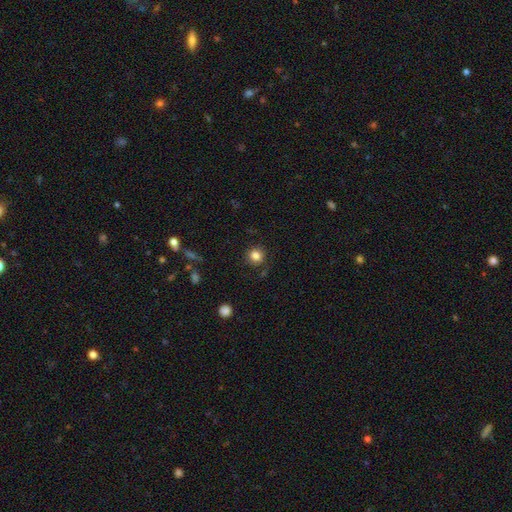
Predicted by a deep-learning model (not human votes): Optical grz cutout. It shows a smooth galaxy with no disk features (82%) that is round (92%). Merging: none (87%).